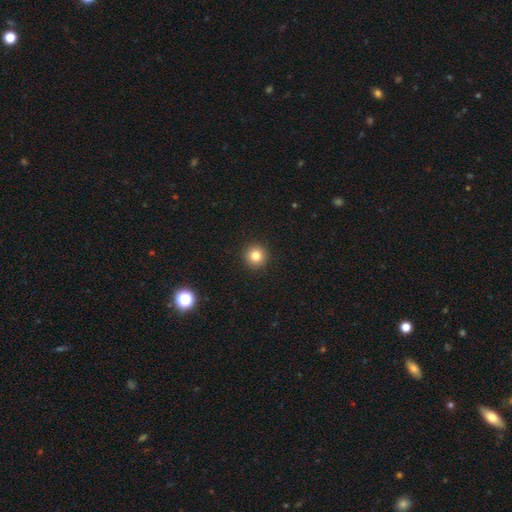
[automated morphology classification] This appears to be a smooth galaxy with no disk features (82%) that is round (95%). Merging: none (93%).